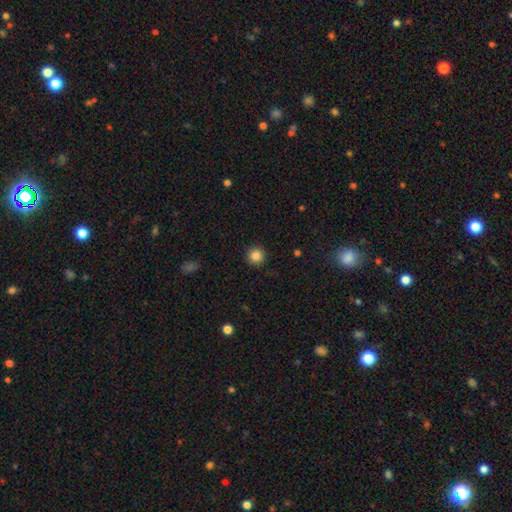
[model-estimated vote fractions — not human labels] Q: Smooth or featured?
A: smooth (85%); runner-up: star or artifact (11%)
Q: How rounded?
A: round (95%); runner-up: in between (4%)
Q: Merging?
A: none (91%); runner-up: minor disturbance (6%)